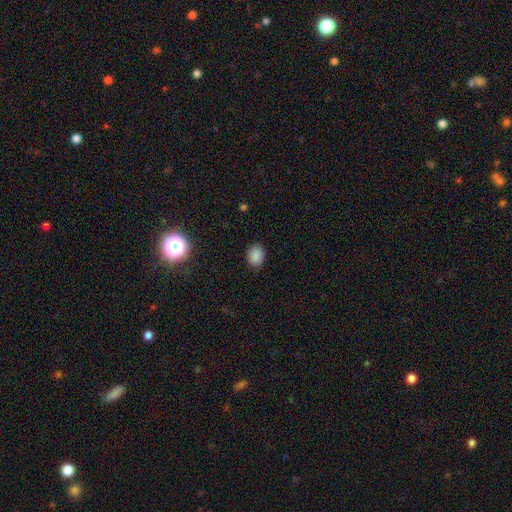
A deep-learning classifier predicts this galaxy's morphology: This is clearly a smooth galaxy (85%). How rounded: likely in between (66%). Merging: clearly none (86%).